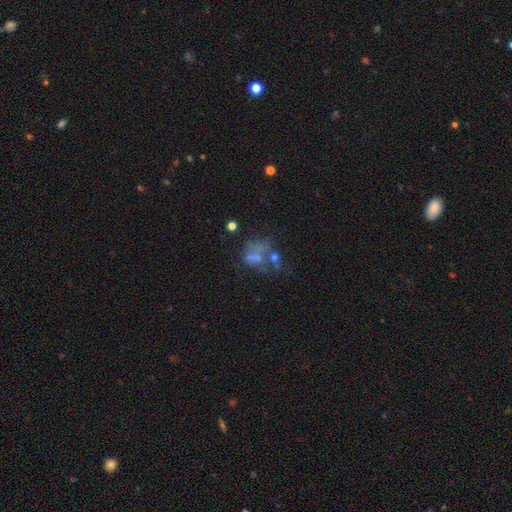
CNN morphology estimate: smooth-or-featured: featured or disk: 44% | smooth: 37% | star or artifact: 19%
  merging: merger: 31% | major disturbance: 28% | none: 26% | minor disturbance: 15%